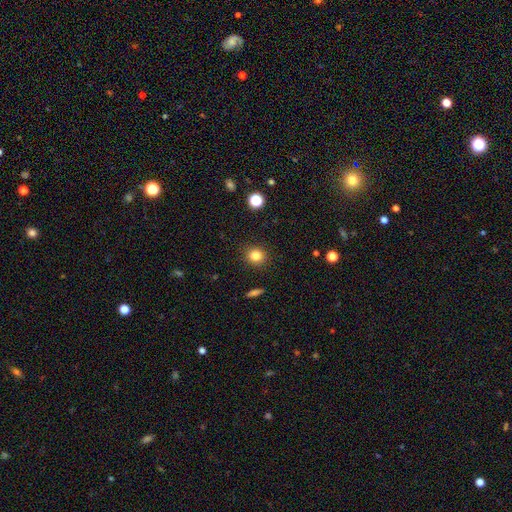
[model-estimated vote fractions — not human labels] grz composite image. It shows a smooth galaxy with no disk features (82%) that is round (83%). Merging: none (90%).